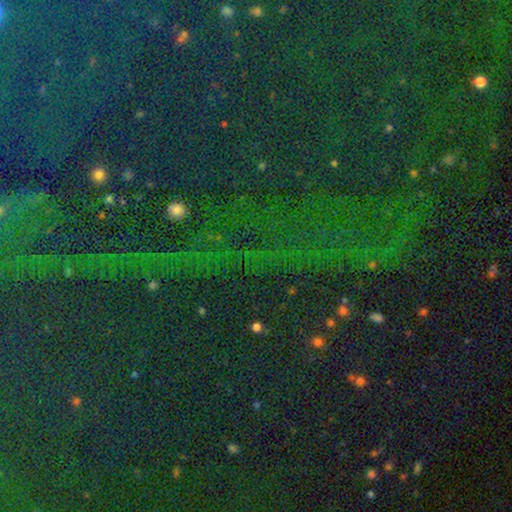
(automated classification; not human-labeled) star or artifact 84%, smooth 8%, featured or disk 8%.